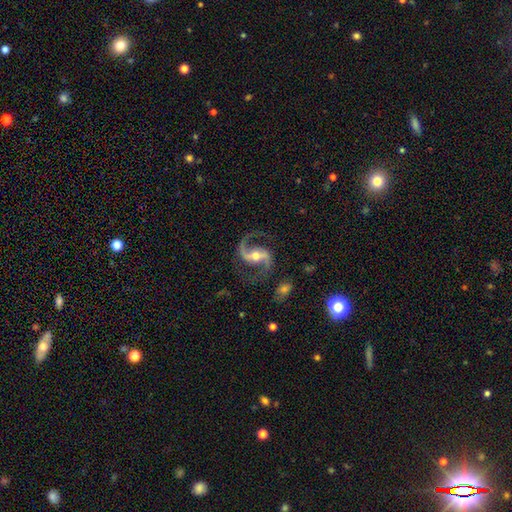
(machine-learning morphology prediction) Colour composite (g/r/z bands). It shows a featured or disk galaxy (93%) with a strong bar (46%), 2 (94%) medium (51%) spiral arms (98%) and a moderate central bulge (63%). Merging: none (79%).